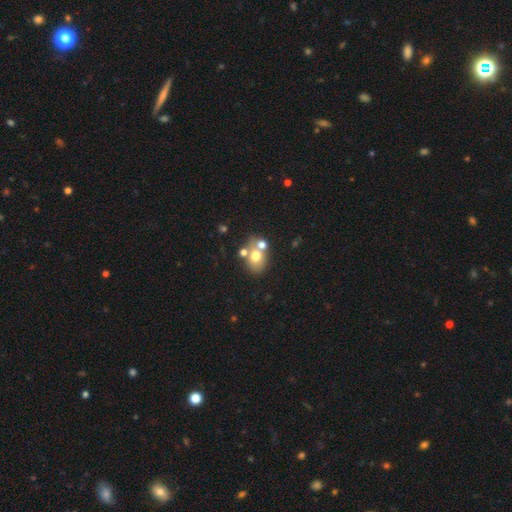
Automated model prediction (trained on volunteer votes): Smooth or featured? smooth (65%)
How rounded? in between (50%)
Merging? none (48%)